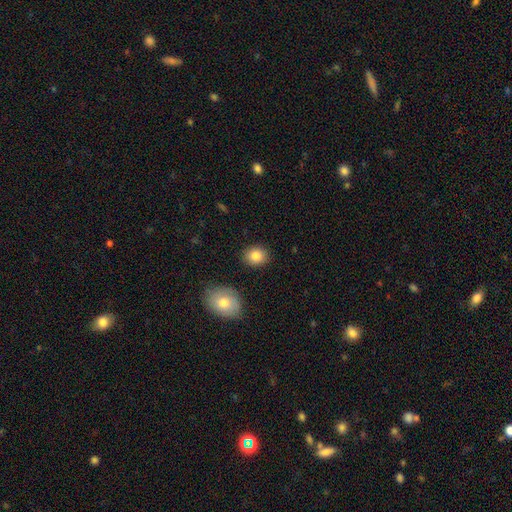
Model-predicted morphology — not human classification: This appears to be a smooth galaxy with no disk features (85%) that is round (61%). Merging: none (87%).